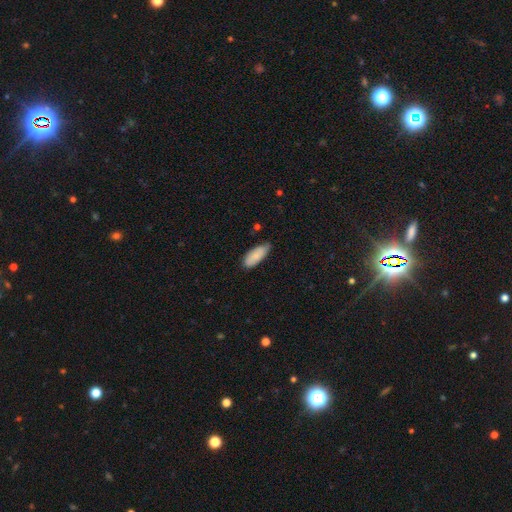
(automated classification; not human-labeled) Smooth or featured? Predicted: smooth (p=0.84). How rounded? Predicted: in between (p=0.81). Merging? Predicted: none (p=0.66).